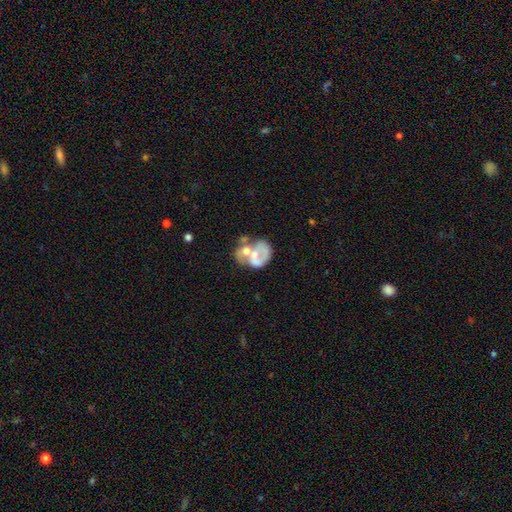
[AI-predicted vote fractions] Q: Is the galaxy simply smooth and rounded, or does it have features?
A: featured or disk — 57%.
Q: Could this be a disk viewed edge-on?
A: no — 98%.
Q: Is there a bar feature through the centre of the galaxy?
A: no — 79%.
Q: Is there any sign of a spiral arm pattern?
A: no — 70%.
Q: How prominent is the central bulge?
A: moderate — 52%.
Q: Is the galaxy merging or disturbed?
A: merger — 52%.